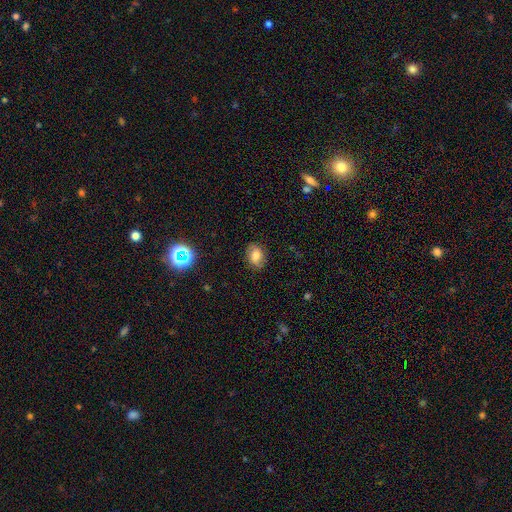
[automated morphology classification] smooth_or_featured: smooth (p=0.62) [alt: featured or disk p=0.25]
how_rounded: in between (p=0.69) [alt: round p=0.30]
merging: none (p=0.82) [alt: minor disturbance p=0.14]